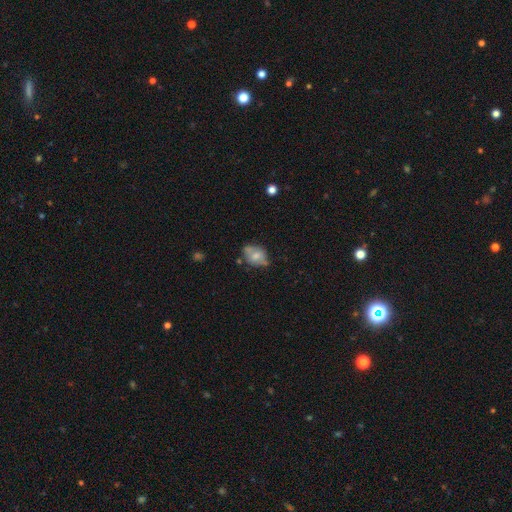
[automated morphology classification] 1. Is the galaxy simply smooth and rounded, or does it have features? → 57% smooth, 34% featured or disk, 9% star or artifact.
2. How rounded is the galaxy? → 73% in between, 25% round, 2% cigar-shaped.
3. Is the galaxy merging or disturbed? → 50% none, 32% minor disturbance, 10% major disturbance, 7% merger.